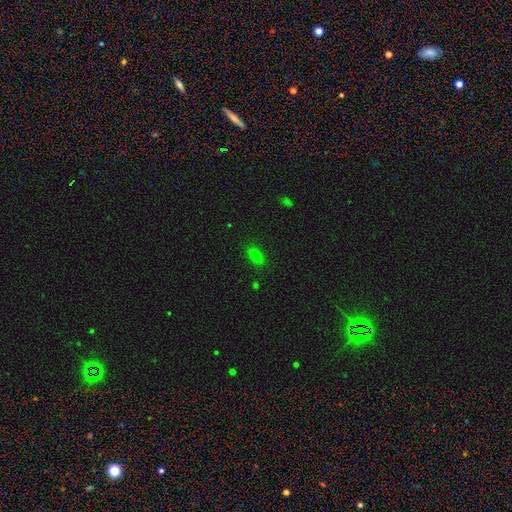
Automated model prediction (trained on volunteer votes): This appears to be a smooth galaxy with no disk features (73%) that is in between round and cigar-shaped (74%). Merging: none (86%).